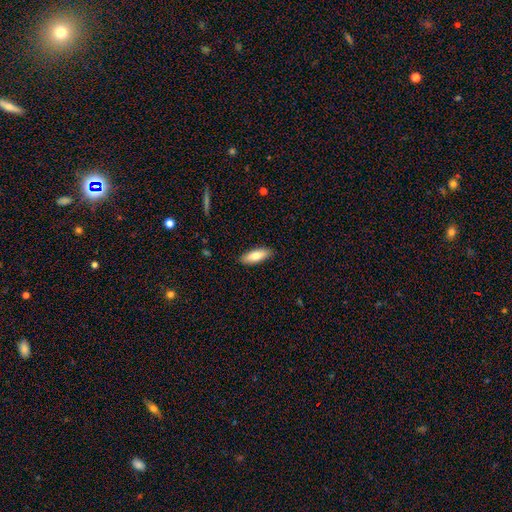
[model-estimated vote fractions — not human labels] Smooth or featured: smooth — 75% (featured or disk — 19%)
How rounded: in between — 70% (cigar-shaped — 28%)
Merging: none — 88% (minor disturbance — 9%)